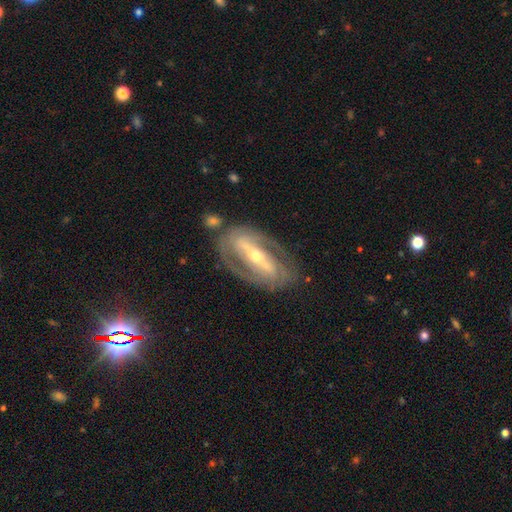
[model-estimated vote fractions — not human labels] A featured or disk galaxy (85%) with a strong bar (70%), 2 (77%) tight (50%) spiral arms (78%) and a small central bulge (53%). Merging: none (75%).